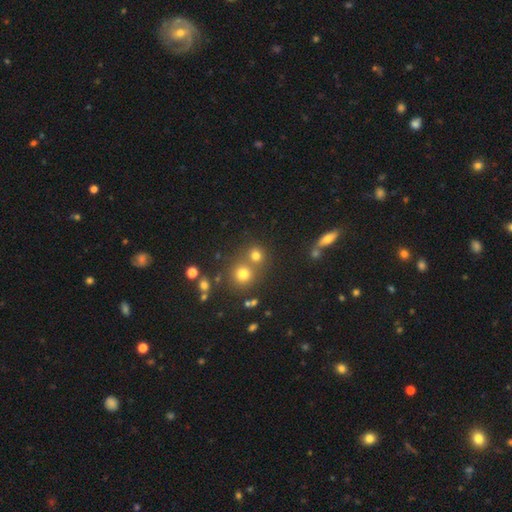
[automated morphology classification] Smooth or featured? Predicted: smooth (p=0.74). How rounded? Predicted: round (p=0.86). Merging? Predicted: none (p=0.60).